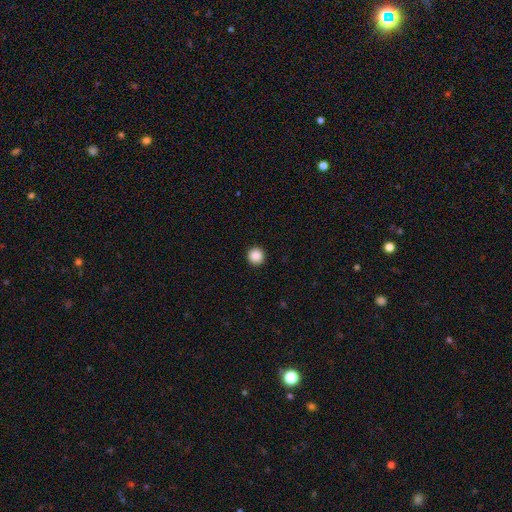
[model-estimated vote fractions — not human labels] smooth 88%, star or artifact 9%, featured or disk 2%. Down the decision tree: how rounded — round (96%); merging — none (93%).